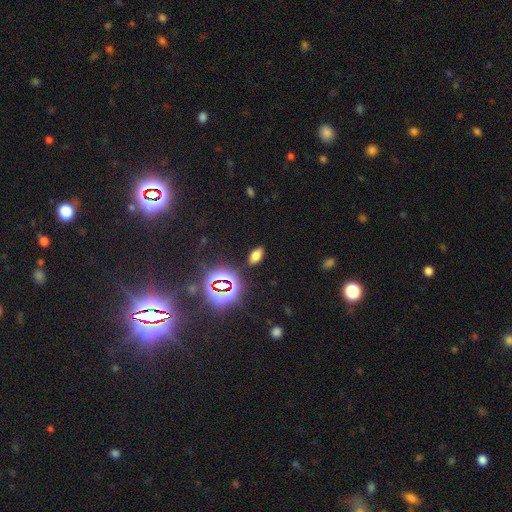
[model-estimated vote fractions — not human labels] A smooth galaxy with no disk features (61%) that is in between round and cigar-shaped (87%).

Vote fractions:
- Smooth or featured? smooth: 61% / star or artifact: 29% / featured or disk: 10%
- How rounded? in between: 87% / round: 7% / cigar-shaped: 6%
- Merging? none: 87% / minor disturbance: 9% / major disturbance: 3% / merger: 2%